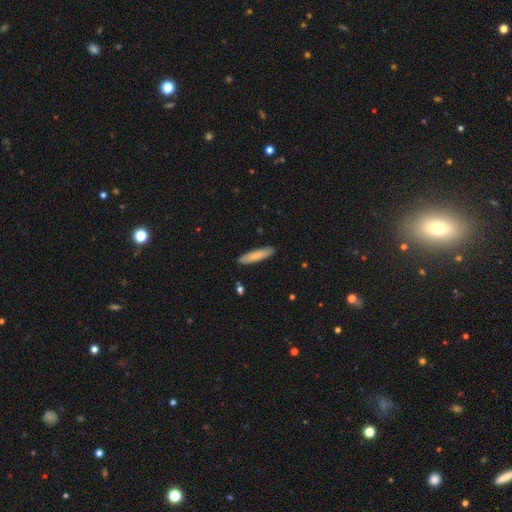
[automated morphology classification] A smooth galaxy with no disk features (80%) that is cigar-shaped (83%).

Vote fractions:
- Smooth or featured? smooth: 80% / featured or disk: 14% / star or artifact: 6%
- How rounded? cigar-shaped: 83% / in between: 15% / round: 1%
- Merging? none: 88% / minor disturbance: 9% / major disturbance: 2% / merger: 1%